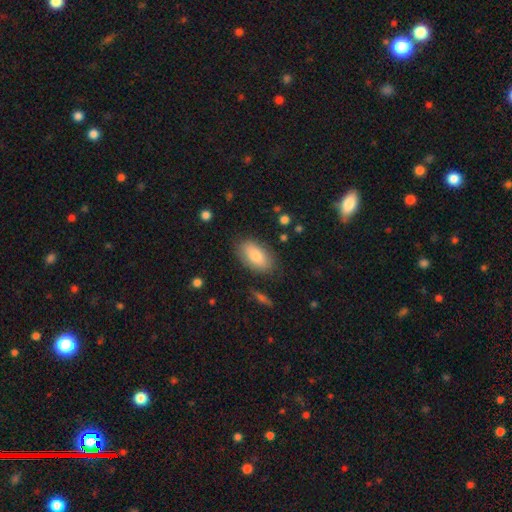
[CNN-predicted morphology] Smooth or featured? smooth (79%)
How rounded? in between (92%)
Merging? none (82%)